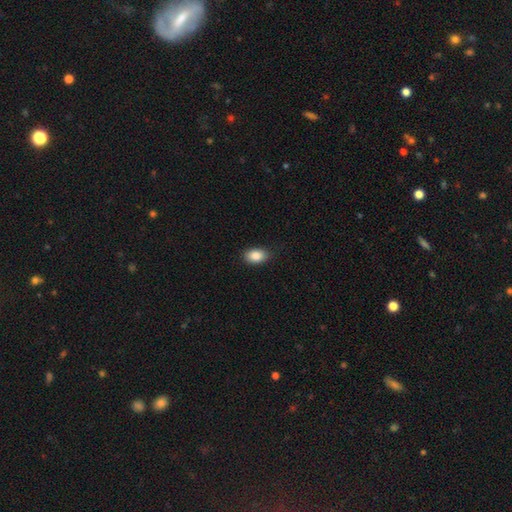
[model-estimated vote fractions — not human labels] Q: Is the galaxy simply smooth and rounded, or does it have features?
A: smooth — 87%.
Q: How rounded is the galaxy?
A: in between — 87%.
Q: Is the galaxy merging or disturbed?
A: none — 85%.